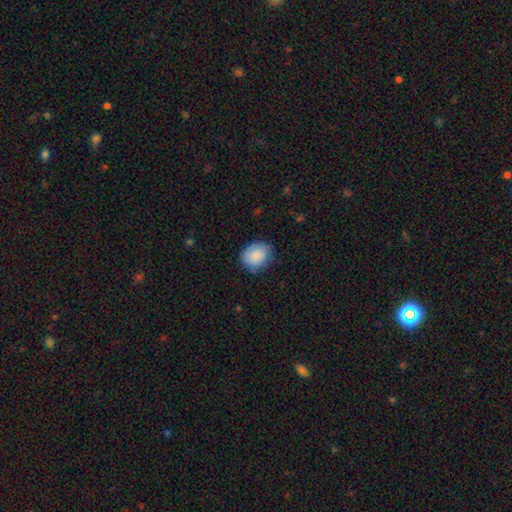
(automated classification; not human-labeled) Smooth or featured? smooth (85%)
How rounded? round (51%)
Merging? none (74%)